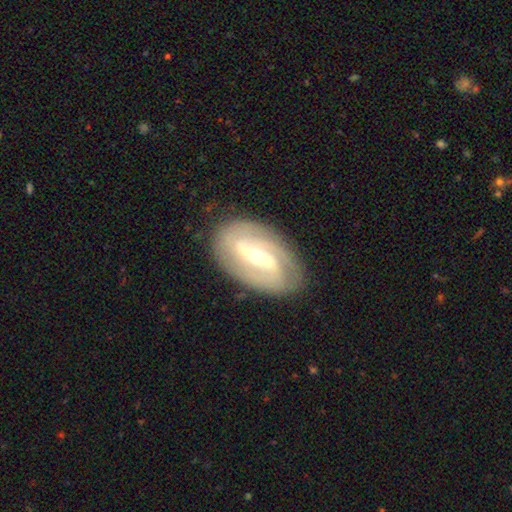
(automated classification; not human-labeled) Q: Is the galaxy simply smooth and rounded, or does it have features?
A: featured or disk — 85%.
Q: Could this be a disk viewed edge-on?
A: no — 94%.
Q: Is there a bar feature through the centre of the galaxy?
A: strong — 48%.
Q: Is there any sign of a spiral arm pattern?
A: yes — 92%.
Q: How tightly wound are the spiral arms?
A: medium — 40%.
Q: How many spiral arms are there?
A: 2 — 76%.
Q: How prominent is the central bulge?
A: moderate — 51%.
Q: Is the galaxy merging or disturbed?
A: none — 84%.